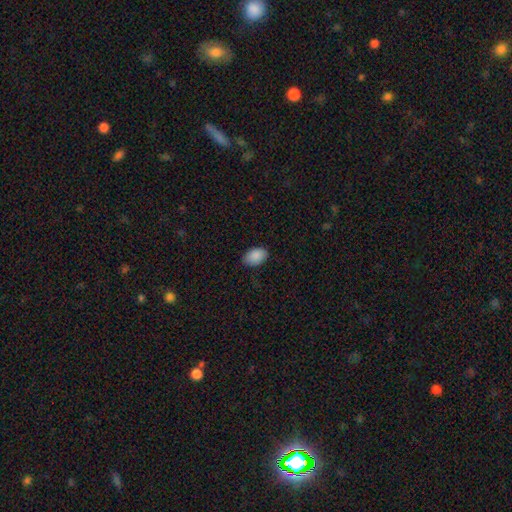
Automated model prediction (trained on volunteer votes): Smooth or featured: smooth — 89% (star or artifact — 7%)
How rounded: in between — 90% (round — 9%)
Merging: none — 84% (minor disturbance — 13%)